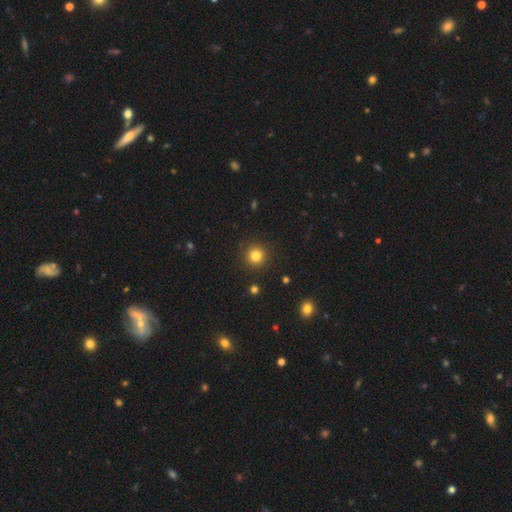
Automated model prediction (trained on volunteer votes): Smooth or featured: smooth — 81% (star or artifact — 13%)
How rounded: round — 95% (in between — 4%)
Merging: none — 91% (minor disturbance — 5%)